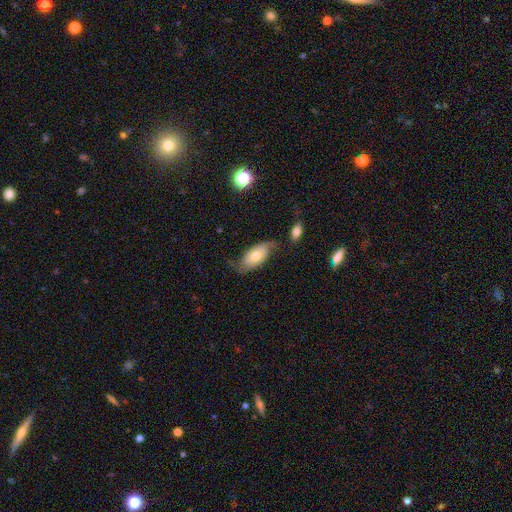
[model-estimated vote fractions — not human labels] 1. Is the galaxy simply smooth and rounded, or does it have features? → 49% smooth, 43% featured or disk, 8% star or artifact.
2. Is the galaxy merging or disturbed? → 52% none, 29% minor disturbance, 14% major disturbance, 4% merger.